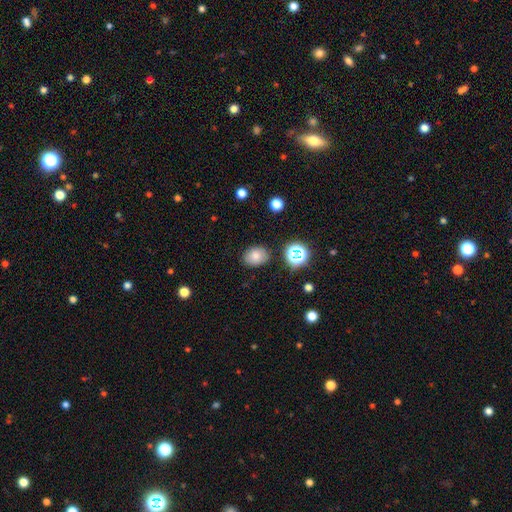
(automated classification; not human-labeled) Morphology: type=smooth (72%); roundness=in between (53%); merging=none (85%).